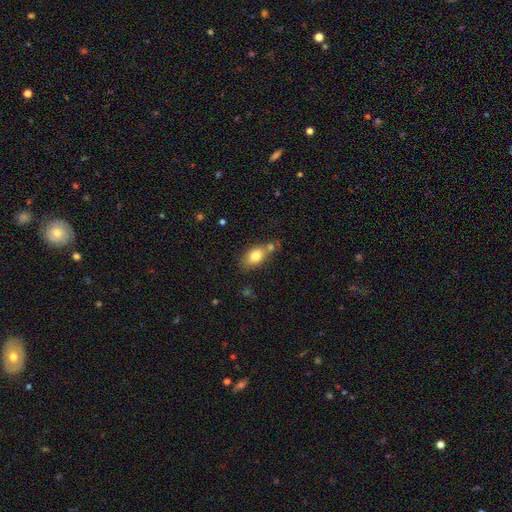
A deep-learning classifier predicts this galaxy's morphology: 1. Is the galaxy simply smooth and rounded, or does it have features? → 77% smooth, 14% featured or disk, 8% star or artifact.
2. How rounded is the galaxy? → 83% in between, 13% round, 4% cigar-shaped.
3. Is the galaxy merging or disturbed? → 55% none, 21% merger, 18% minor disturbance, 6% major disturbance.